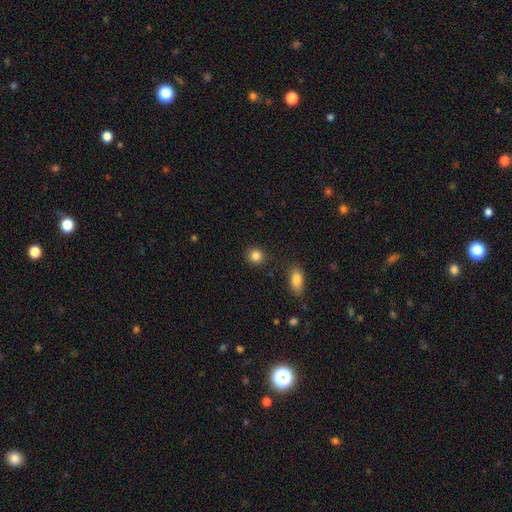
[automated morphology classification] This appears to be a smooth galaxy with no disk features (86%) that is round (83%). Merging: none (87%).